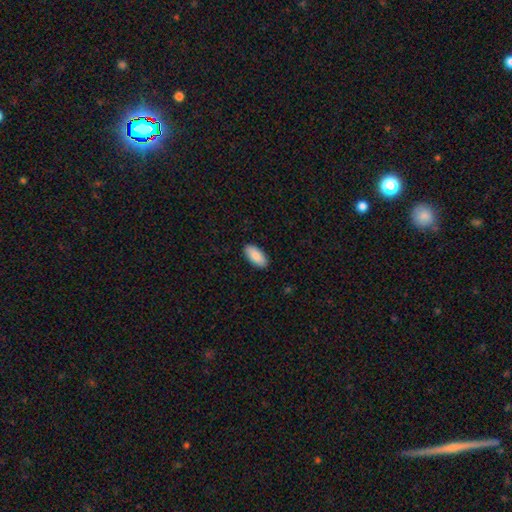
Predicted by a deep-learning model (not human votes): Smooth or featured? Predicted: smooth (p=0.89). How rounded? Predicted: in between (p=0.93). Merging? Predicted: none (p=0.90).